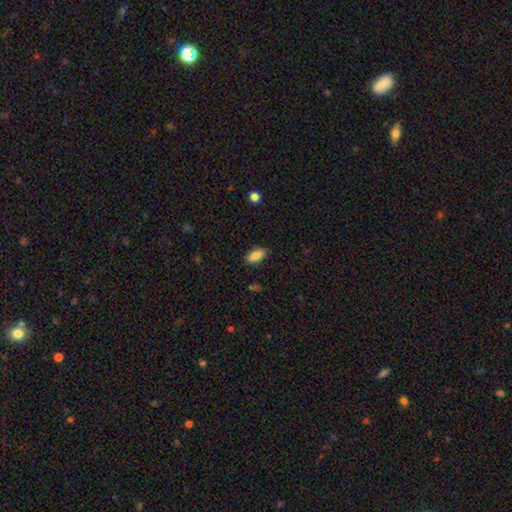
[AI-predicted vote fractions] This is clearly a smooth galaxy (86%). How rounded: clearly in between (88%). Merging: clearly none (87%).